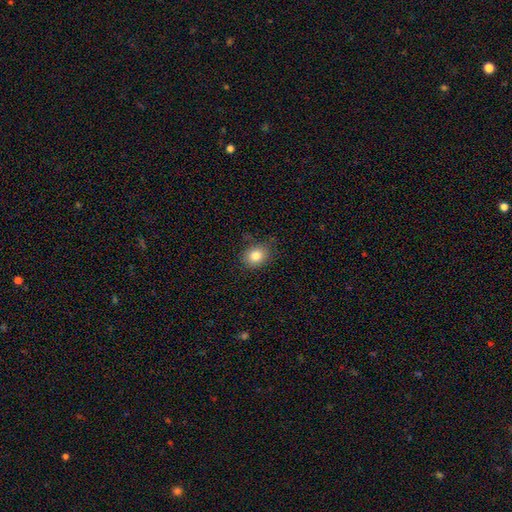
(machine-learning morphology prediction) A smooth galaxy with no disk features (82%) that is round (55%). Merging: none (80%).